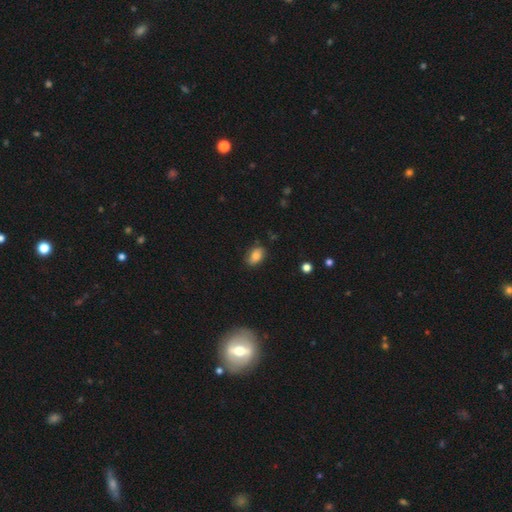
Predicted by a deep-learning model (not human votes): The model was most divided on "merging": none: 76%, minor disturbance: 19%, major disturbance: 4%, merger: 2%. More confident: how rounded — in between (86%); smooth or featured — smooth (81%).